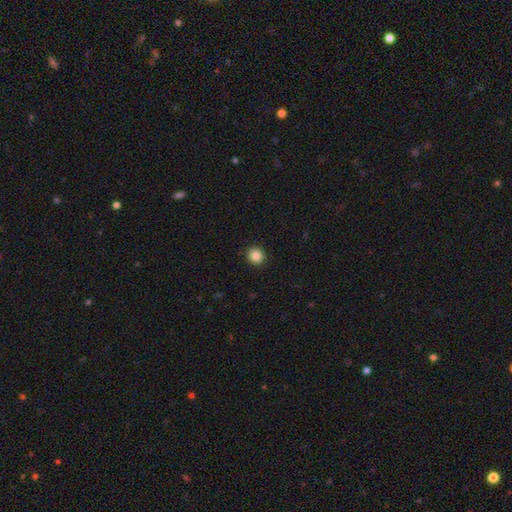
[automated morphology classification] A smooth galaxy with no disk features (85%) that is round (90%).

Vote fractions:
- Smooth or featured? smooth: 85% / star or artifact: 10% / featured or disk: 5%
- How rounded? round: 90% / in between: 9% / cigar-shaped: 1%
- Merging? none: 92% / minor disturbance: 5% / major disturbance: 2% / merger: 1%